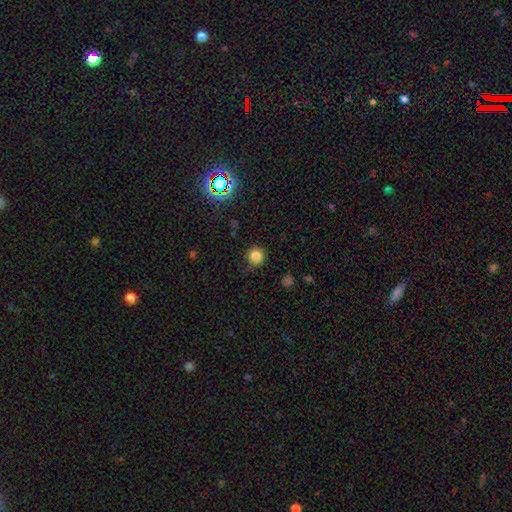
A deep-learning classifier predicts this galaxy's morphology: Q: Smooth or featured?
A: smooth (81%); runner-up: star or artifact (14%)
Q: How rounded?
A: round (94%); runner-up: in between (5%)
Q: Merging?
A: none (81%); runner-up: minor disturbance (13%)